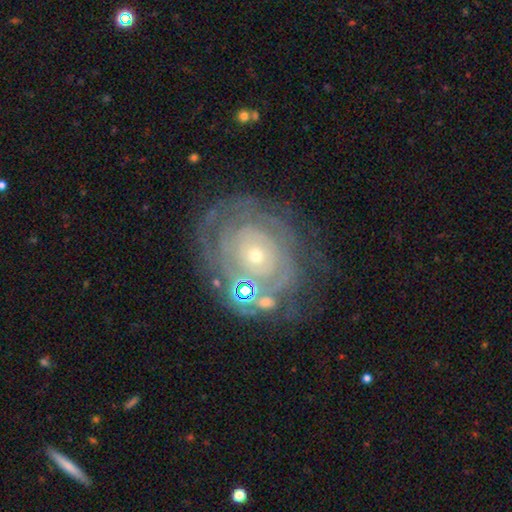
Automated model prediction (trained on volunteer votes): Smooth or featured? Predicted: featured or disk (p=0.80). Edge-on disk? Predicted: no (p=0.97). Bar? Predicted: no (p=0.86). Spiral arms? Predicted: yes (p=0.79). Spiral winding? Predicted: tight (p=0.82). Spiral arm count? Predicted: can't tell (p=0.52). Bulge size? Predicted: small (p=0.74). Merging? Predicted: none (p=0.67).